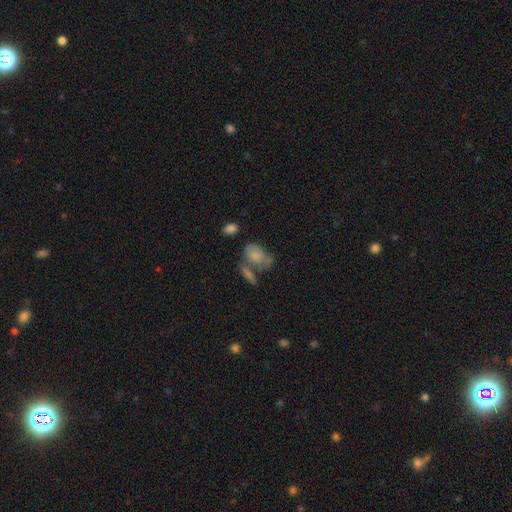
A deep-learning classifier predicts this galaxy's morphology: type=smooth (73%); roundness=in between (83%); merging=merger (35%).